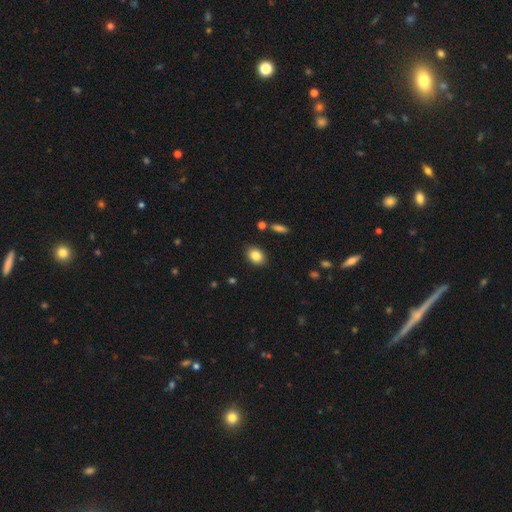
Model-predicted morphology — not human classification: A smooth galaxy with no disk features (84%) that is in between round and cigar-shaped (74%).

Vote fractions:
- Smooth or featured? smooth: 84% / star or artifact: 9% / featured or disk: 7%
- How rounded? in between: 74% / round: 25% / cigar-shaped: 1%
- Merging? none: 86% / minor disturbance: 10% / major disturbance: 2% / merger: 2%